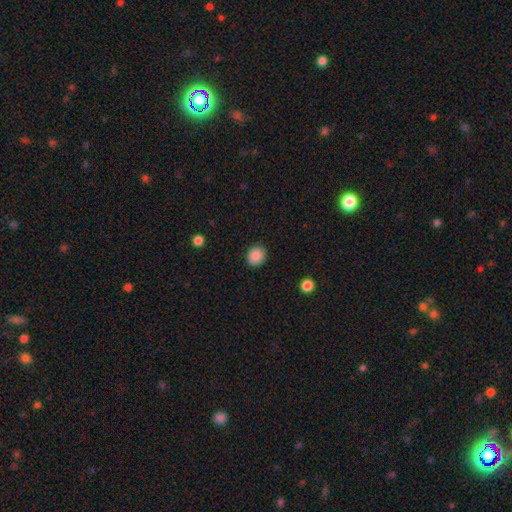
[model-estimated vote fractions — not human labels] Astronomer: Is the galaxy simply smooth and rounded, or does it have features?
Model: smooth — 88%.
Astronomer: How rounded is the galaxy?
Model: round — 78%.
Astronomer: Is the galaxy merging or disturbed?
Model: none — 89%.